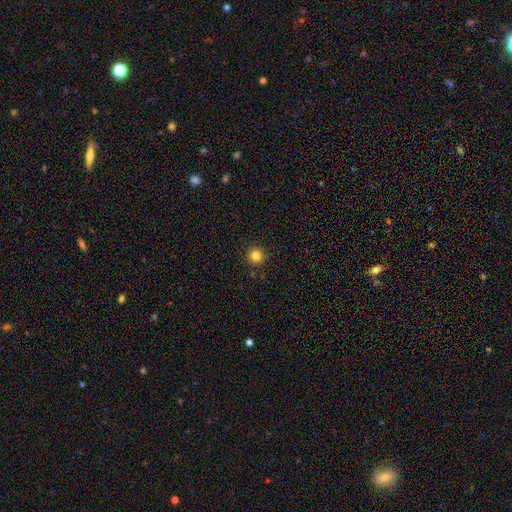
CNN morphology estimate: The model was most divided on "smooth or featured": smooth: 83%, star or artifact: 13%, featured or disk: 5%. More confident: how rounded — round (96%); merging — none (92%).